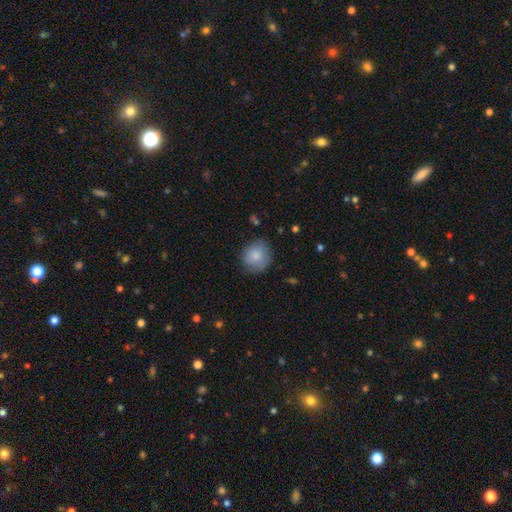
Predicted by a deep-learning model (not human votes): Smooth or featured? smooth (83%)
How rounded? round (83%)
Merging? none (75%)